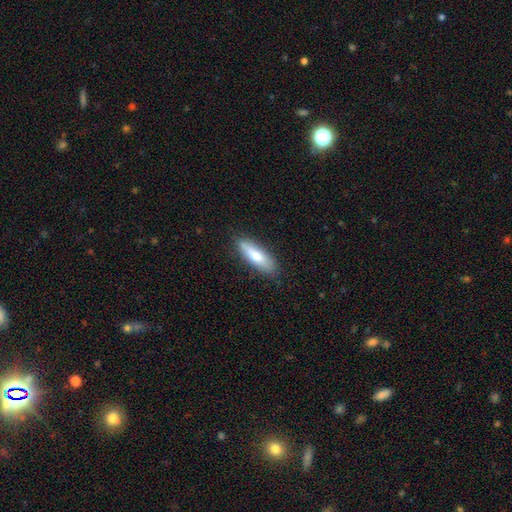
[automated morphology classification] smooth-or-featured: smooth: 71% | featured or disk: 22% | star or artifact: 6%
  how-rounded: cigar-shaped: 56% | in between: 42% | round: 2%
  merging: none: 83% | minor disturbance: 13% | major disturbance: 3% | merger: 1%